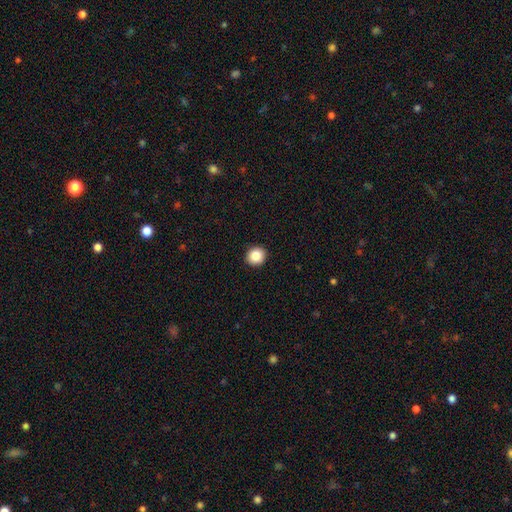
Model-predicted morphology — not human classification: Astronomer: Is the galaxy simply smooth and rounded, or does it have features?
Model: smooth — 85%.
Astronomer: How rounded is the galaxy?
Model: round — 89%.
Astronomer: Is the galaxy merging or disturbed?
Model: none — 92%.